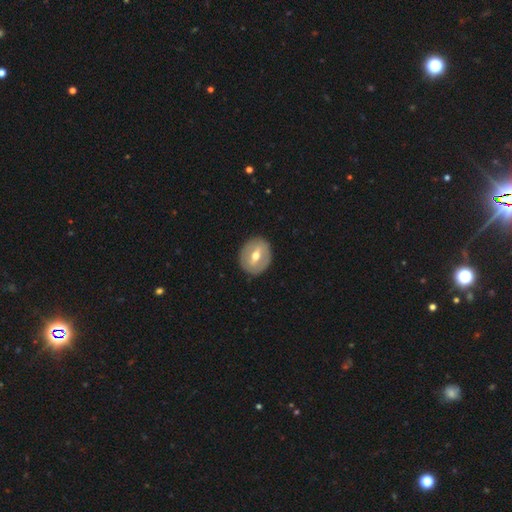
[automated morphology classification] Smooth or featured? featured or disk (53%)
Edge-on disk? no (90%)
Merging? none (87%)